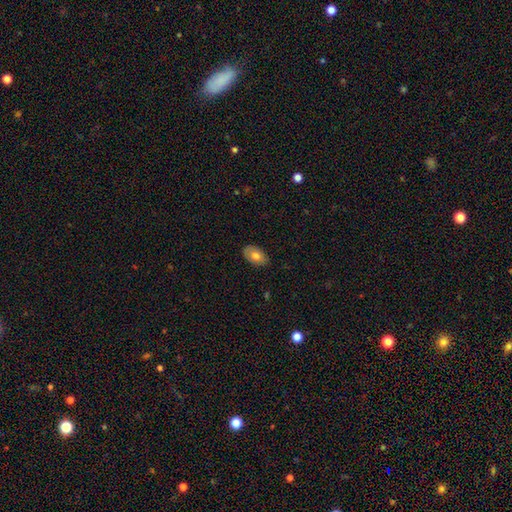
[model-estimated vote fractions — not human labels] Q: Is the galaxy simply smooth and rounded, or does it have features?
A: smooth — 71%.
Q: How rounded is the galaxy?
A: in between — 90%.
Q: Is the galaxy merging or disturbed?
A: none — 80%.